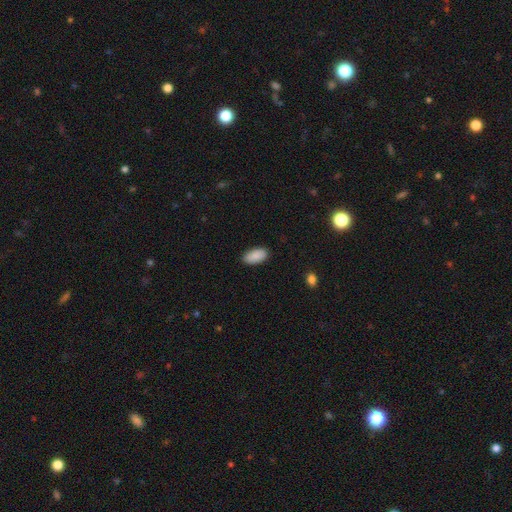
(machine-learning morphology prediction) Smooth or featured: smooth — 89% (star or artifact — 6%)
How rounded: in between — 95% (cigar-shaped — 3%)
Merging: none — 87% (minor disturbance — 10%)